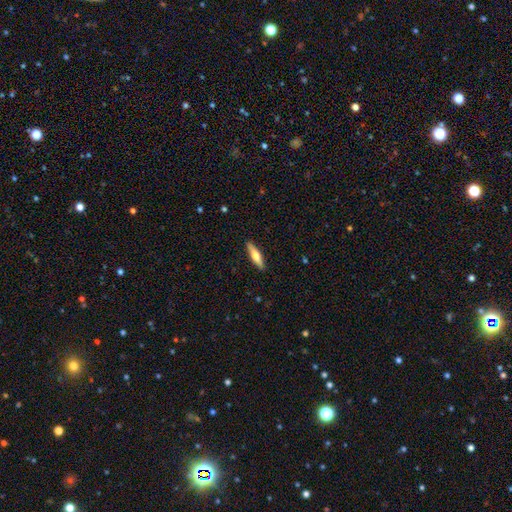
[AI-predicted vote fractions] Morphology: type=smooth (47%, tied with featured or disk); merging=none (90%).